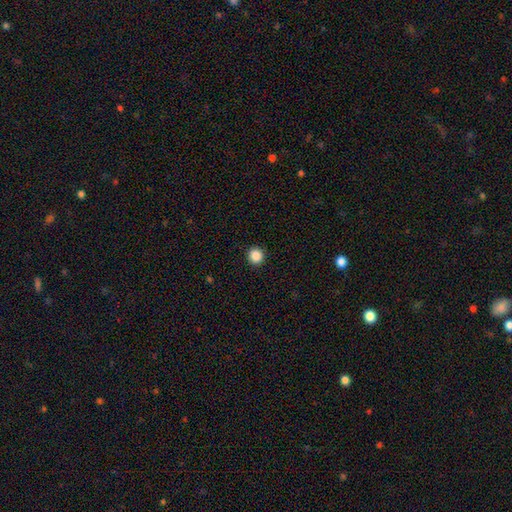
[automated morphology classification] Q: Smooth or featured?
A: smooth (87%); runner-up: star or artifact (10%)
Q: How rounded?
A: round (93%); runner-up: in between (6%)
Q: Merging?
A: none (93%); runner-up: minor disturbance (5%)